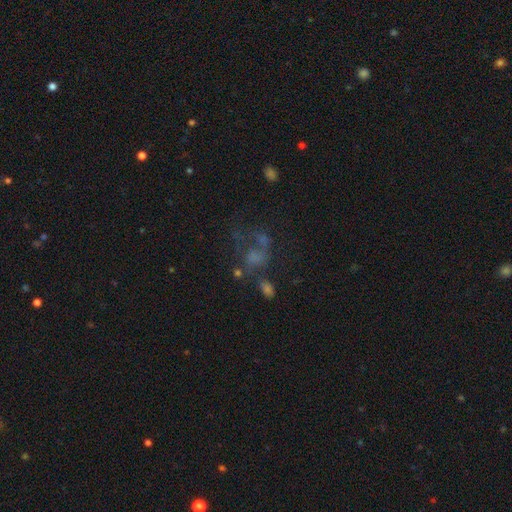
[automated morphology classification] smooth 39%, featured or disk 37%, star or artifact 24%. Down the decision tree: merging — major disturbance (36%).